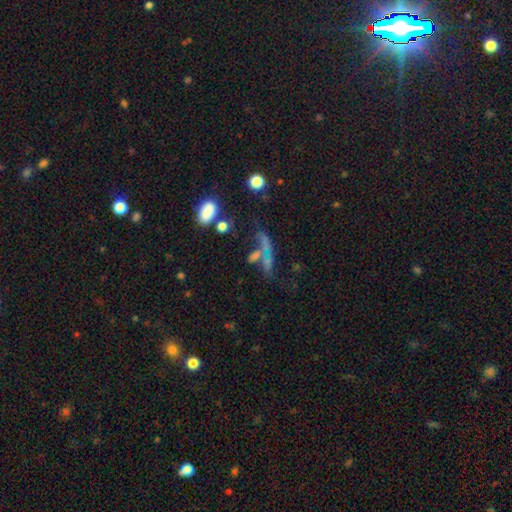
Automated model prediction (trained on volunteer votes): Smooth or featured? Predicted: smooth (p=0.49). Merging? Predicted: merger (p=0.36).